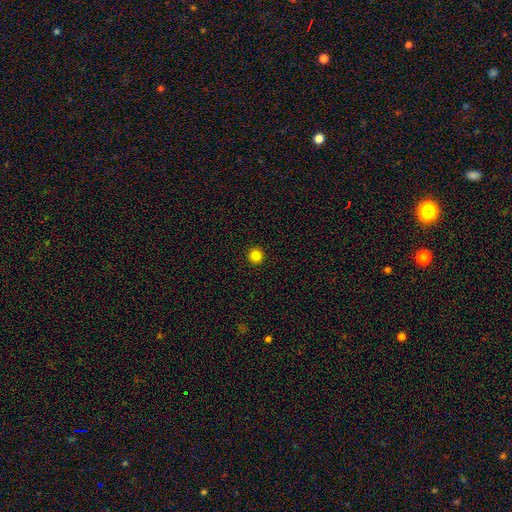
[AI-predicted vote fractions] Smooth or featured? smooth (84%)
How rounded? round (96%)
Merging? none (94%)